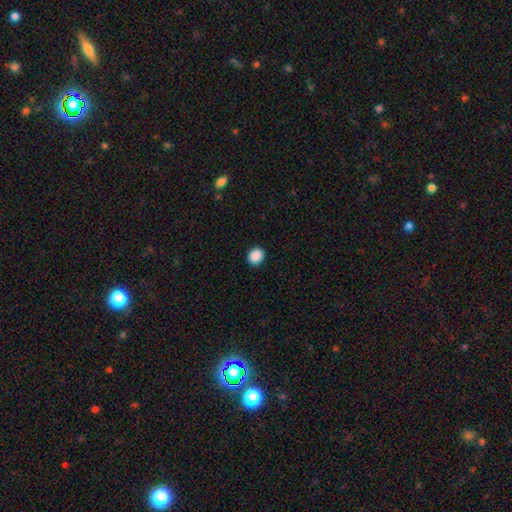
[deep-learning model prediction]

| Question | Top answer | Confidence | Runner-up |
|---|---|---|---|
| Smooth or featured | smooth | 90% | star or artifact (8%) |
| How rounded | round | 71% | in between (28%) |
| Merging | none | 92% | minor disturbance (5%) |